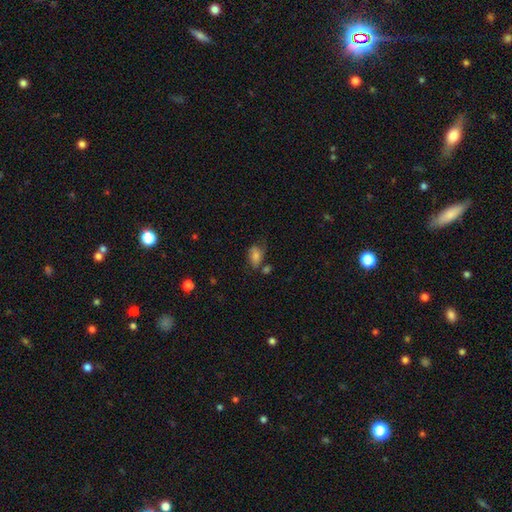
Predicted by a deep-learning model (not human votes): The model was most divided on "merging": none: 41%, minor disturbance: 30%, major disturbance: 16%, merger: 12%. More confident: how rounded — in between (85%); smooth or featured — smooth (68%).